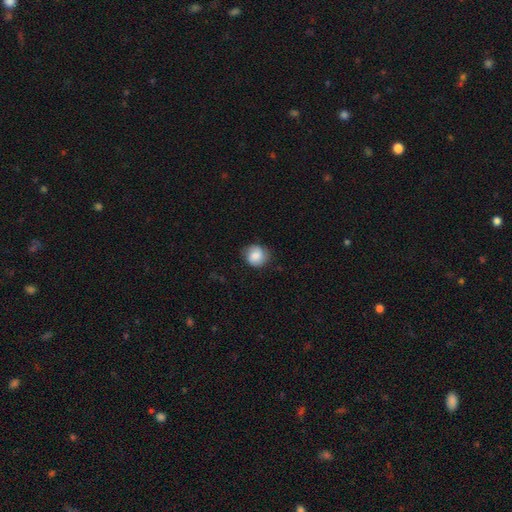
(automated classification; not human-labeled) A smooth galaxy with no disk features (80%) that is round (84%).

Vote fractions:
- Smooth or featured? smooth: 80% / featured or disk: 12% / star or artifact: 8%
- How rounded? round: 84% / in between: 15% / cigar-shaped: 1%
- Merging? none: 79% / minor disturbance: 17% / major disturbance: 4% / merger: 1%